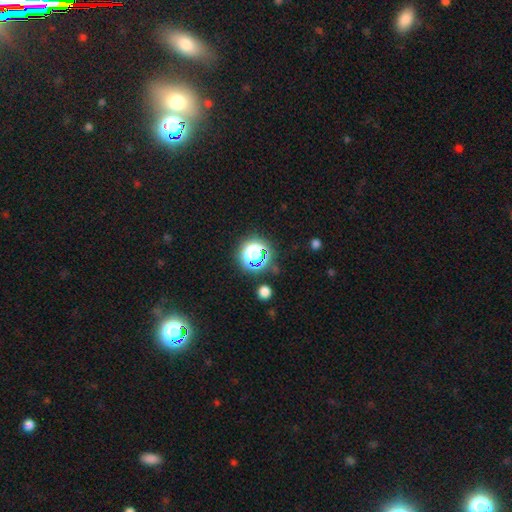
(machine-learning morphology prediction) Overall: star or artifact (50%; smooth 38%).